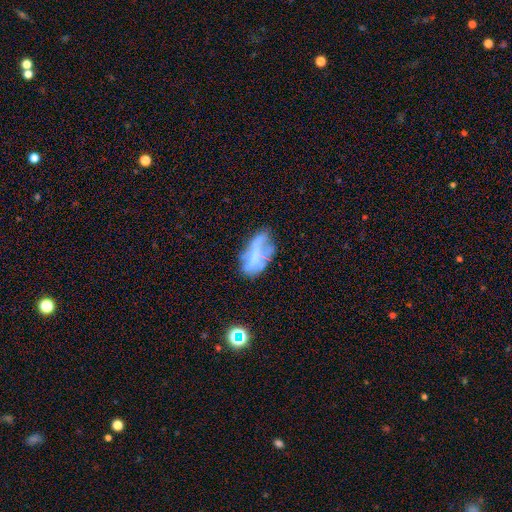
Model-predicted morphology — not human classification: Q: Smooth or featured?
A: featured or disk (50%); runner-up: smooth (39%)
Q: Merging?
A: none (42%); runner-up: minor disturbance (28%)